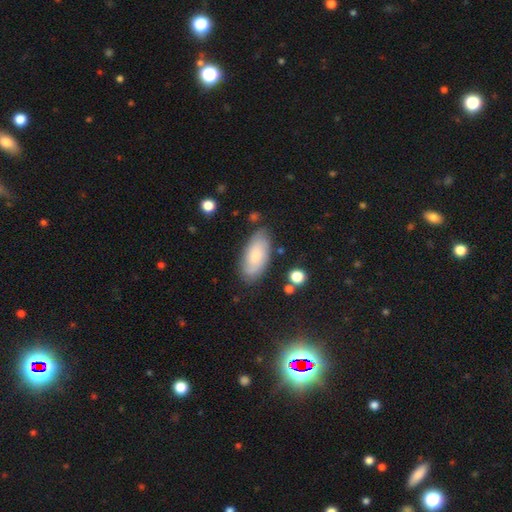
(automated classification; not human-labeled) smooth 64%, featured or disk 29%, star or artifact 7%. Down the decision tree: how rounded — in between (90%); merging — none (77%).